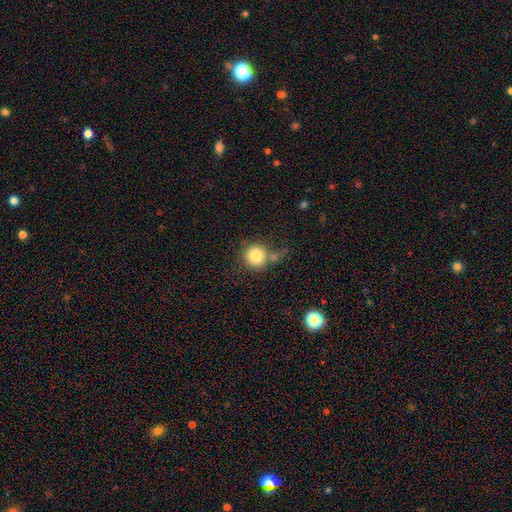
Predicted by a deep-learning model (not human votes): A smooth galaxy with no disk features (83%) that is round (93%).

Vote fractions:
- Smooth or featured? smooth: 83% / star or artifact: 10% / featured or disk: 7%
- How rounded? round: 93% / in between: 6% / cigar-shaped: 1%
- Merging? none: 65% / merger: 16% / minor disturbance: 13% / major disturbance: 6%